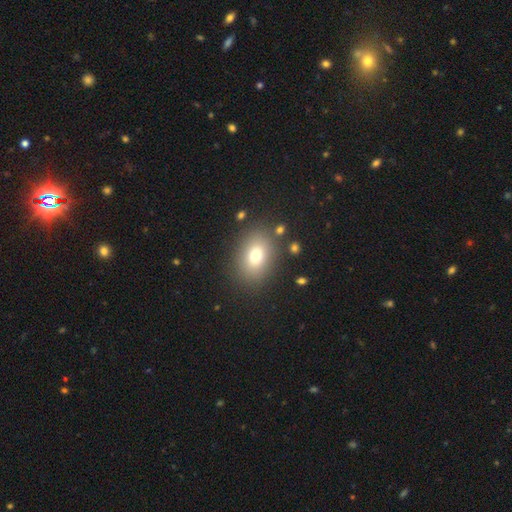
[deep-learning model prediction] Smooth or featured?
  - smooth: 74% *
  - featured or disk: 13%
  - star or artifact: 13%
How rounded?
  - in between: 68% *
  - round: 31%
  - cigar-shaped: 1%
Merging?
  - none: 83% *
  - minor disturbance: 10%
  - major disturbance: 4%
  - merger: 3%